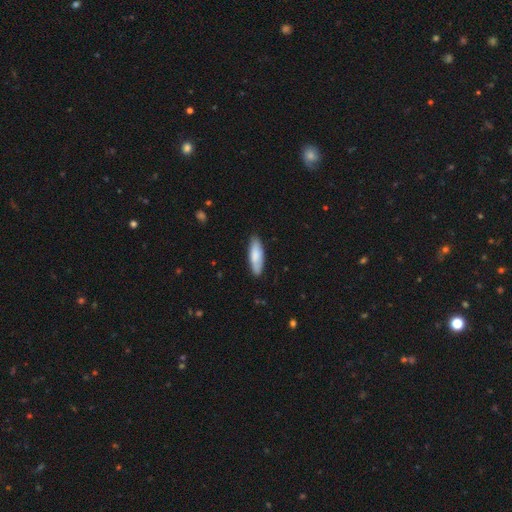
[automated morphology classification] Smooth or featured?
  - smooth: 80% *
  - featured or disk: 15%
  - star or artifact: 5%
How rounded?
  - in between: 52% *
  - cigar-shaped: 47%
  - round: 1%
Merging?
  - none: 85% *
  - minor disturbance: 12%
  - major disturbance: 2%
  - merger: 1%